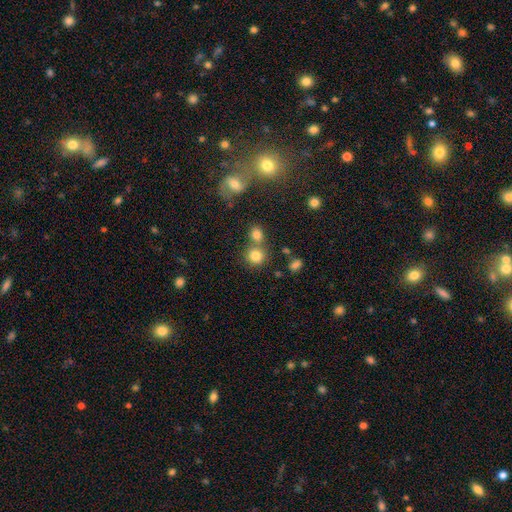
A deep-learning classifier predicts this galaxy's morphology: This is likely a smooth galaxy (80%). How rounded: clearly round (88%). Merging: possibly none (59%).